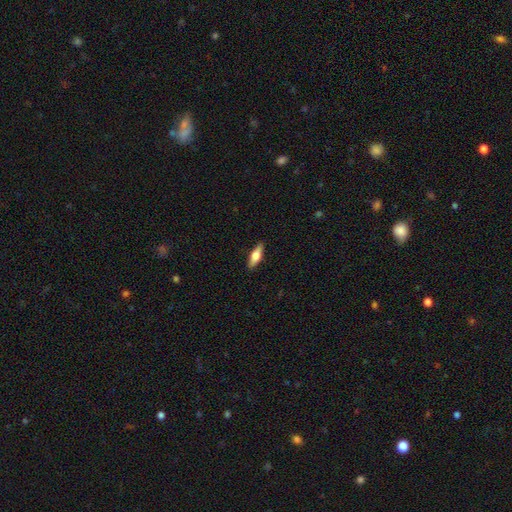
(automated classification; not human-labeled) Overall: smooth (56%; featured or disk 38%). How rounded: in between (51%; cigar-shaped 46%). Merging: none (89%).